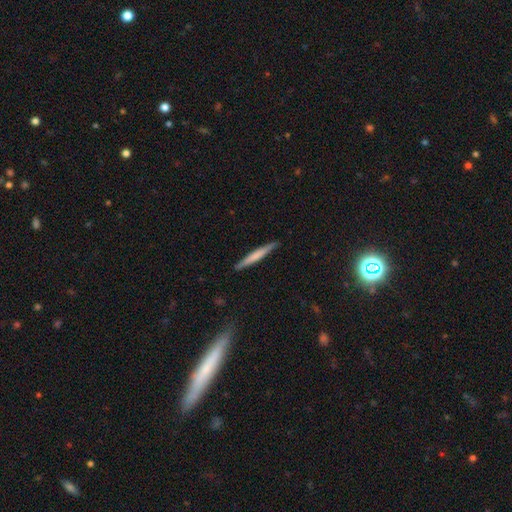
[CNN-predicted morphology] Smooth or featured? smooth (59%)
How rounded? cigar-shaped (96%)
Merging? none (90%)